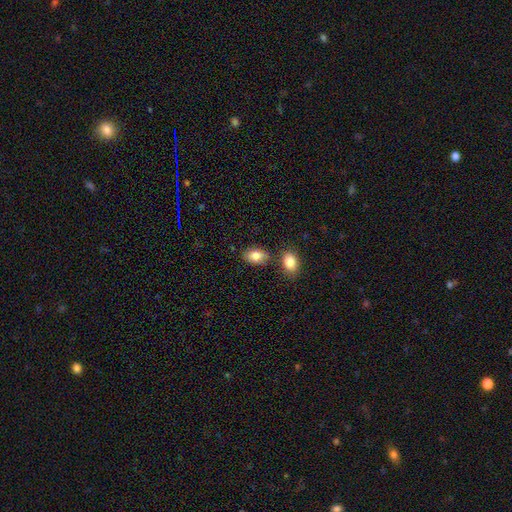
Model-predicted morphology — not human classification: The model was most divided on "merging": none: 72%, minor disturbance: 13%, merger: 12%, major disturbance: 3%. More confident: how rounded — in between (86%); smooth or featured — smooth (83%).